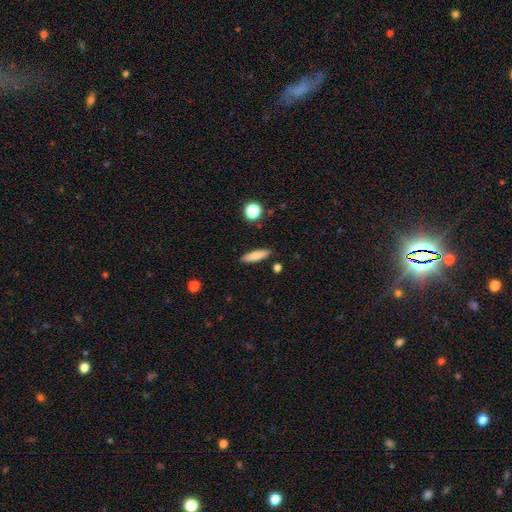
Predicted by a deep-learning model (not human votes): The model was most divided on "how rounded": cigar-shaped: 69%, in between: 29%, round: 2%. More confident: merging — none (88%); smooth or featured — smooth (81%).